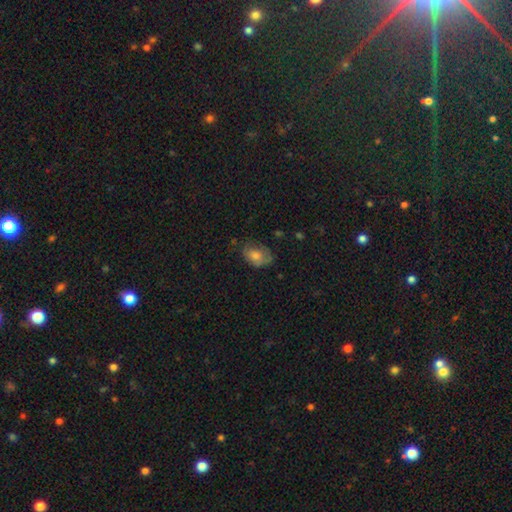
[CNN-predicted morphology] type=smooth (65%); roundness=in between (76%); merging=none (55%).